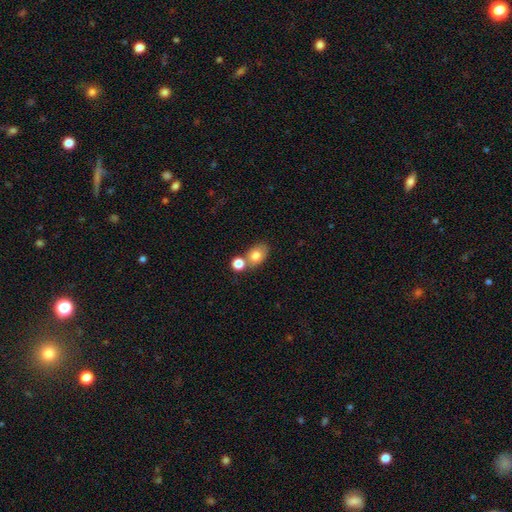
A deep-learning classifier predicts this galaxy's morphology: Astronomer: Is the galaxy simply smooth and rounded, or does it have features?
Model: smooth — 79%.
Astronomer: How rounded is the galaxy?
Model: in between — 72%.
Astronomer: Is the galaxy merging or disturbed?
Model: none — 50% (runner-up: merger, 33%).